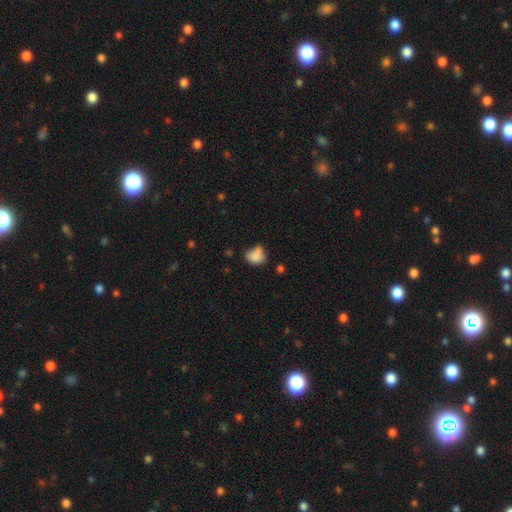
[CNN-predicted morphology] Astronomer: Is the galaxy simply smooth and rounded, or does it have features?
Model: smooth — 80%.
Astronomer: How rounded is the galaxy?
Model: in between — 55% (runner-up: round, 44%).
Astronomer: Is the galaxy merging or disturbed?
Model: none — 42% (runner-up: minor disturbance, 26%).